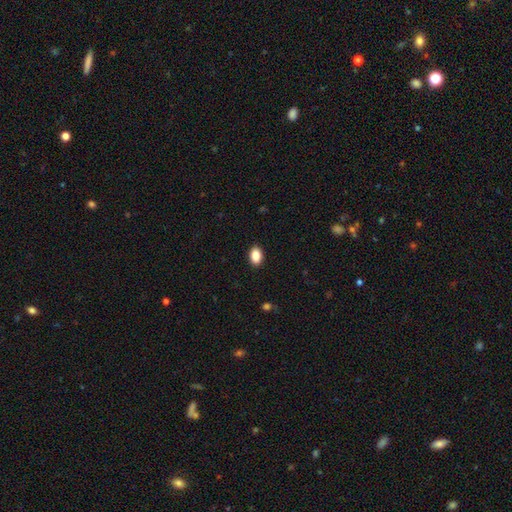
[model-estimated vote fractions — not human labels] A smooth galaxy with no disk features (88%) that is in between round and cigar-shaped (89%). Merging: none (90%).